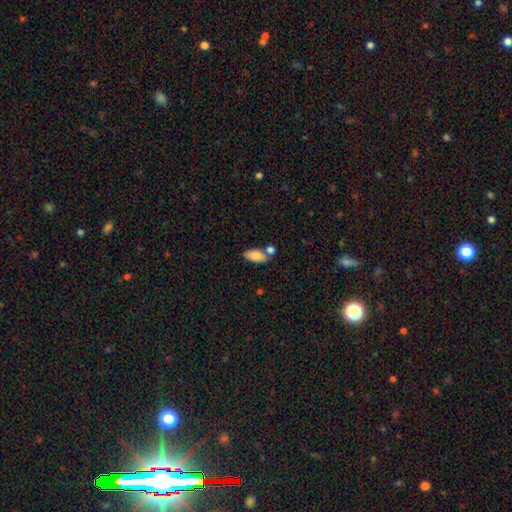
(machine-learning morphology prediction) smooth_or_featured: smooth (p=0.82) [alt: featured or disk p=0.11]
how_rounded: in between (p=0.88) [alt: cigar-shaped p=0.09]
merging: none (p=0.58) [alt: merger p=0.24]